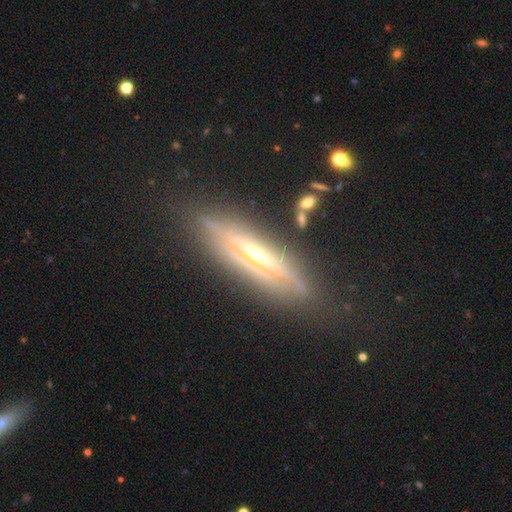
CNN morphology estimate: smooth_or_featured: featured or disk (p=0.80) [alt: smooth p=0.13]
disk_edge_on: yes (p=0.92) [alt: no p=0.08]
edge_on_bulge: rounded (p=0.63) [alt: none p=0.24]
merging: none (p=0.82) [alt: minor disturbance p=0.13]